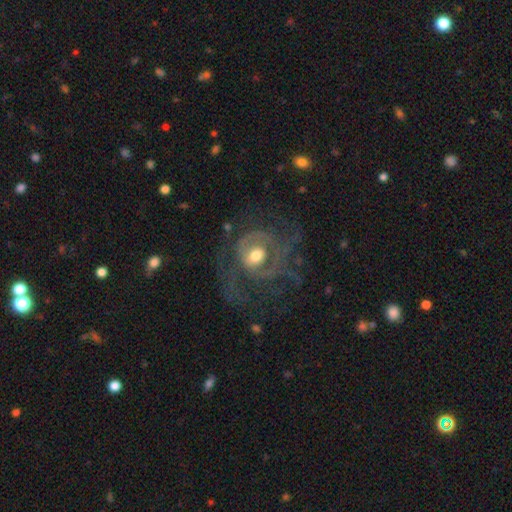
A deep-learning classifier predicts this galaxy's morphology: Smooth or featured?
  - featured or disk: 76% *
  - smooth: 16%
  - star or artifact: 8%
Edge-on disk?
  - no: 97% *
  - yes: 3%
Bar?
  - no: 67% *
  - weak: 26%
  - strong: 7%
Spiral arms?
  - yes: 74% *
  - no: 26%
Spiral winding?
  - medium: 38% *
  - tight: 35%
  - loose: 27%
Spiral arm count?
  - can't tell: 36% *
  - 2: 24%
  - 3: 15%
  - 1: 13%
  - 4: 7%
  - more than 4: 6%
Bulge size?
  - moderate: 66% *
  - large: 15%
  - small: 15%
  - dominant: 2%
  - none: 2%
Merging?
  - none: 44% *
  - major disturbance: 37%
  - minor disturbance: 17%
  - merger: 2%